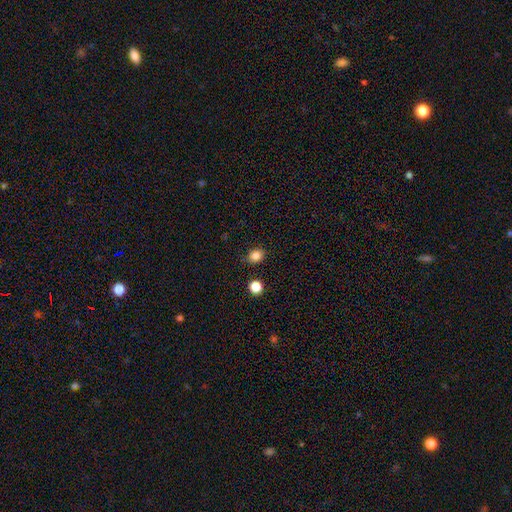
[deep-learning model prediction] Q: Smooth or featured?
A: smooth (84%); runner-up: star or artifact (12%)
Q: How rounded?
A: round (59%); runner-up: in between (40%)
Q: Merging?
A: none (85%); runner-up: minor disturbance (10%)